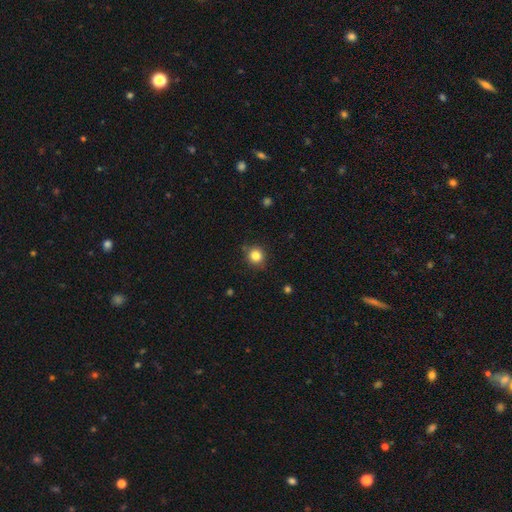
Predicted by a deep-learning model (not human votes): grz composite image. It shows a smooth galaxy with no disk features (83%) that is round (90%). Merging: none (86%).